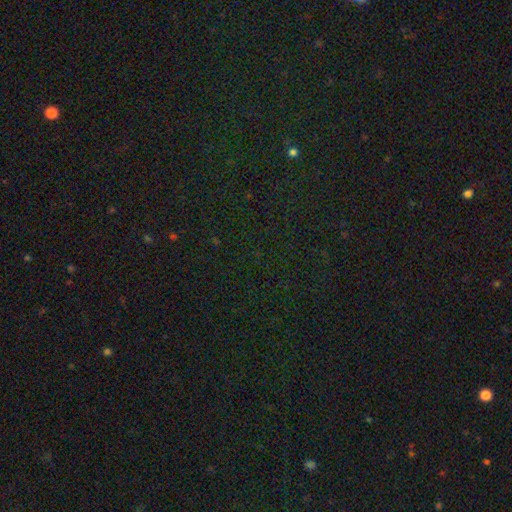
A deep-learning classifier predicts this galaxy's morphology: Smooth or featured? star or artifact (81%)